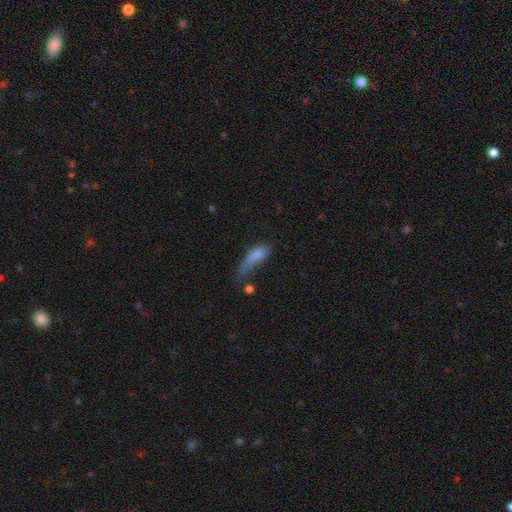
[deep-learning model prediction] Overall: smooth (76%). How rounded: in between (57%; cigar-shaped 39%). Merging: major disturbance (36%; minor disturbance 30%).